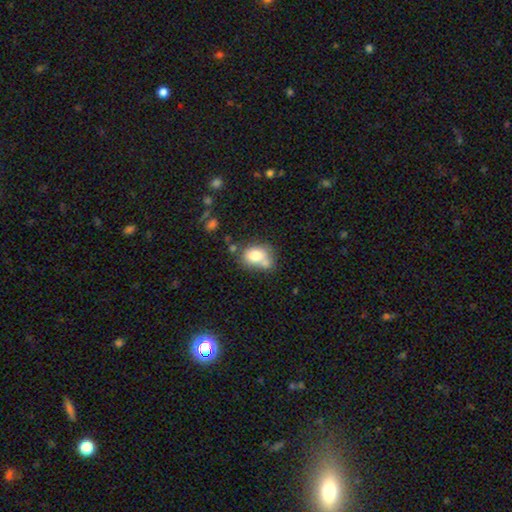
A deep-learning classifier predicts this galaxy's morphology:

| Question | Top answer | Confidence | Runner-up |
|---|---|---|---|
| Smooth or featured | smooth | 77% | featured or disk (14%) |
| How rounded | in between | 64% | round (34%) |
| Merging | none | 39% | merger (36%) |